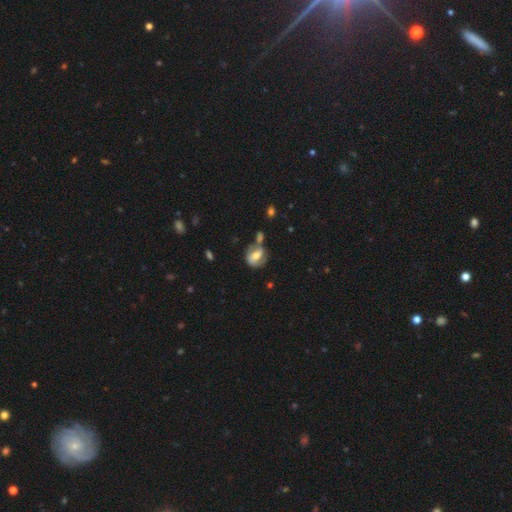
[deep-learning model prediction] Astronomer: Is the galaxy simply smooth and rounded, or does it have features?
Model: smooth — 46% (runner-up: featured or disk, 45%).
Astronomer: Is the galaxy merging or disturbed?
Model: none — 45% (runner-up: merger, 23%).